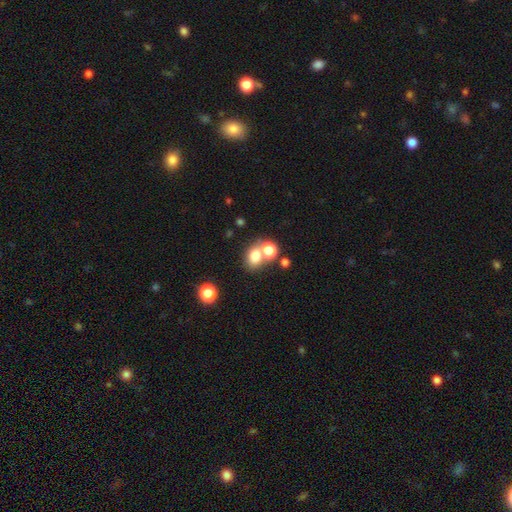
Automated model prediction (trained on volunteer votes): Overall: smooth (75%). How rounded: round (54%; in between 45%). Merging: none (48%; merger 39%).